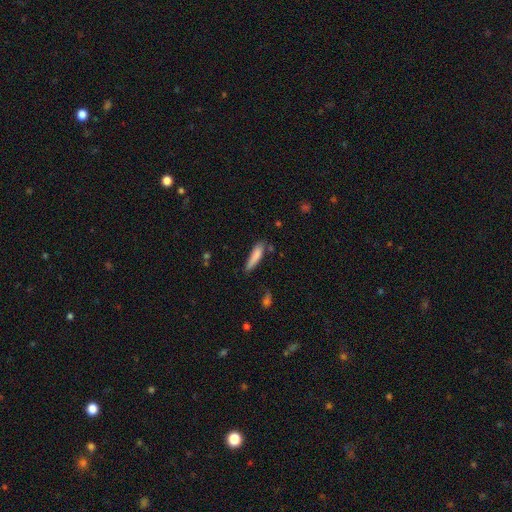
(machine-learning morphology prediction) Q: Smooth or featured?
A: smooth (82%); runner-up: featured or disk (11%)
Q: How rounded?
A: cigar-shaped (79%); runner-up: in between (20%)
Q: Merging?
A: none (66%); runner-up: minor disturbance (25%)